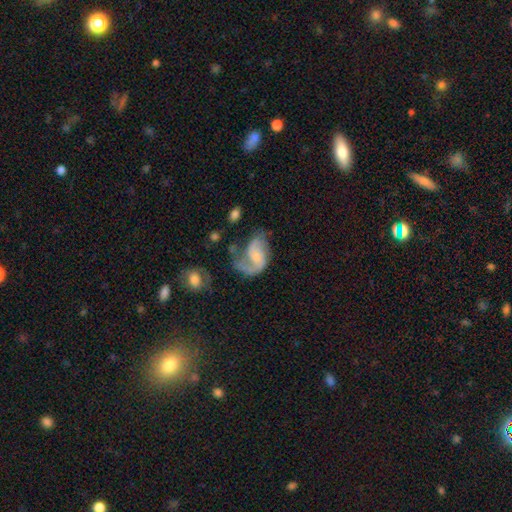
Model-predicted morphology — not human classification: This is likely a featured or disk galaxy (76%). It is clearly not viewed edge-on (98%). Bar: possibly no (59%). Spiral arm pattern: clearly yes (92%). Spiral arm count: likely 2 (66%). Spiral winding: marginally medium (44%). Central bulge: marginally small (40%). Merging: marginally none (36%).